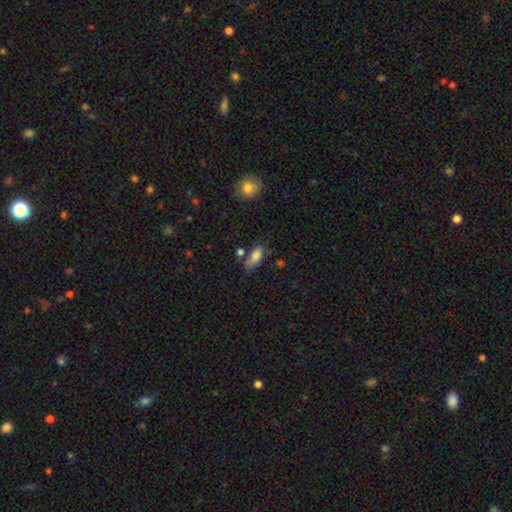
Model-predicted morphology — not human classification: Q: Smooth or featured?
A: smooth (80%); runner-up: featured or disk (11%)
Q: How rounded?
A: in between (82%); runner-up: cigar-shaped (14%)
Q: Merging?
A: none (47%); runner-up: minor disturbance (27%)